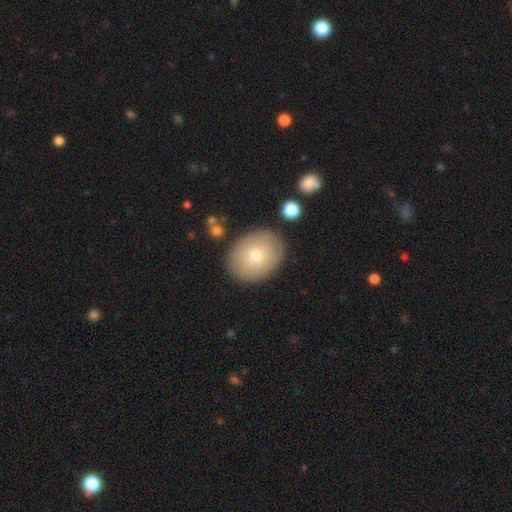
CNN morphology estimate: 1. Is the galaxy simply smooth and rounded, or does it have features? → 72% smooth, 21% featured or disk, 7% star or artifact.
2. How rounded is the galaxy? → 55% in between, 44% round, 1% cigar-shaped.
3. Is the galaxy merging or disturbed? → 85% none, 10% minor disturbance, 3% major disturbance, 2% merger.